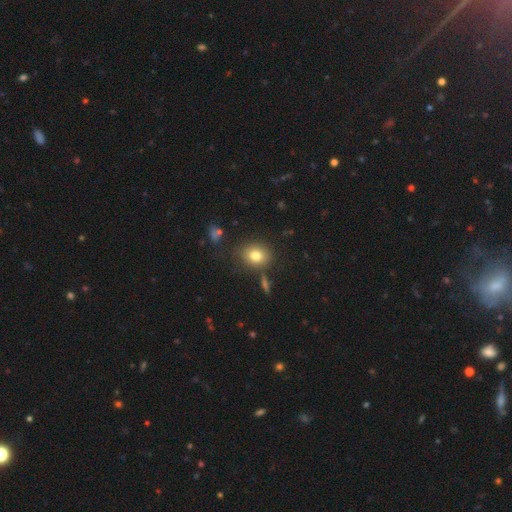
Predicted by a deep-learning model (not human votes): smooth 80%, star or artifact 11%, featured or disk 9%. Down the decision tree: how rounded — round (64%); merging — none (79%).